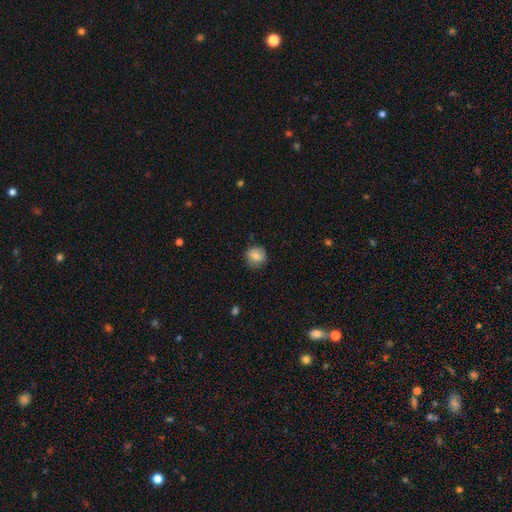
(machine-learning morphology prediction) smooth 81%, featured or disk 10%, star or artifact 9%. Down the decision tree: how rounded — round (81%); merging — none (76%).